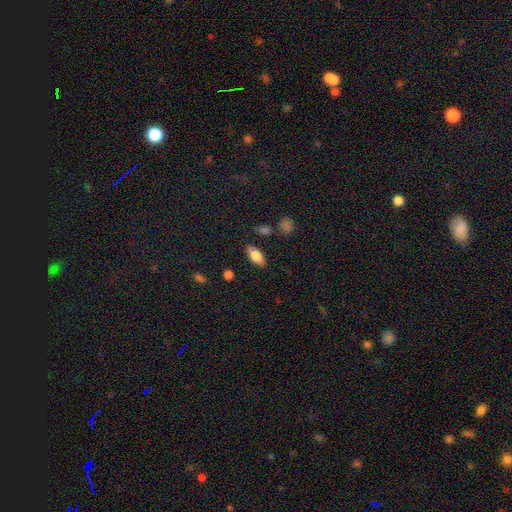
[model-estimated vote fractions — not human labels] A smooth galaxy with no disk features (77%) that is in between round and cigar-shaped (87%). Merging: none (78%).